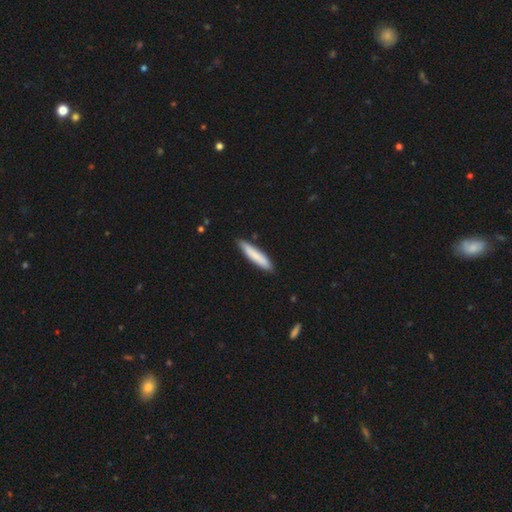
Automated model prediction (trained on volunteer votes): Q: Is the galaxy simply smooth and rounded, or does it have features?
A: smooth — 82%.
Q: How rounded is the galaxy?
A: cigar-shaped — 88%.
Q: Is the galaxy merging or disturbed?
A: none — 87%.